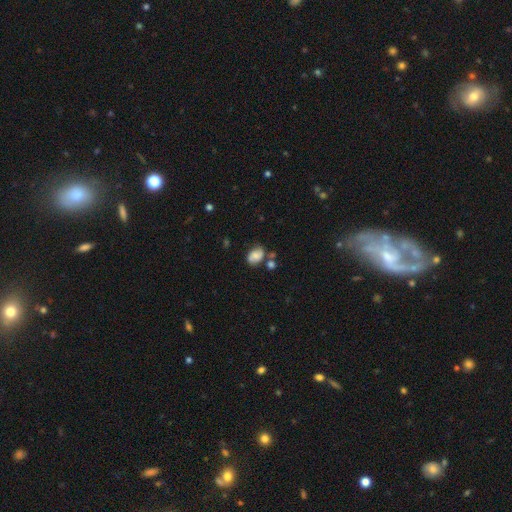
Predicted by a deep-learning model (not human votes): This appears to be a smooth galaxy with no disk features (59%) that is in between round and cigar-shaped (73%). Merging: none (54%).